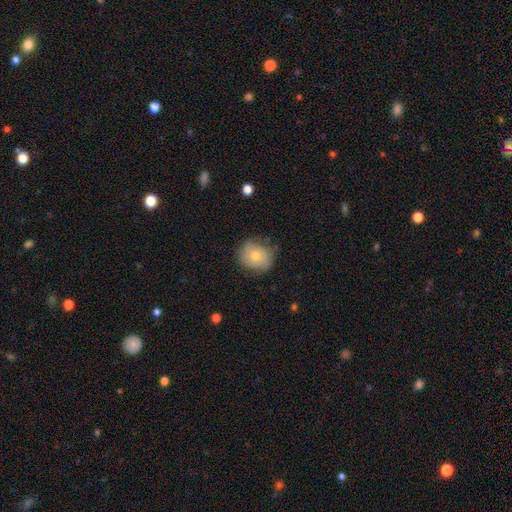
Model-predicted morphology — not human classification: This appears to be a smooth galaxy with no disk features (59%) that is round (74%). Merging: none (73%).